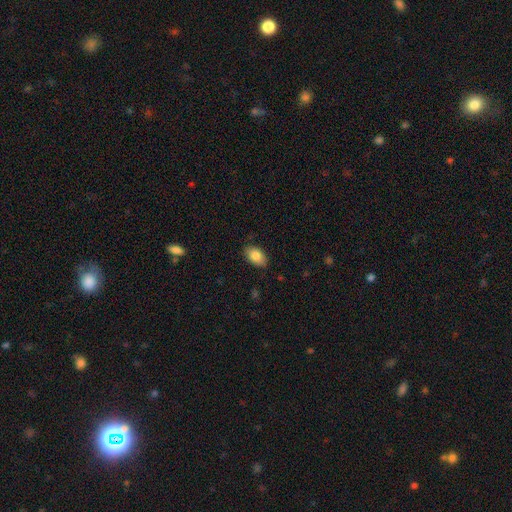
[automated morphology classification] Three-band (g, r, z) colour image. It shows a smooth galaxy with no disk features (85%) that is in between round and cigar-shaped (90%). Merging: none (84%).